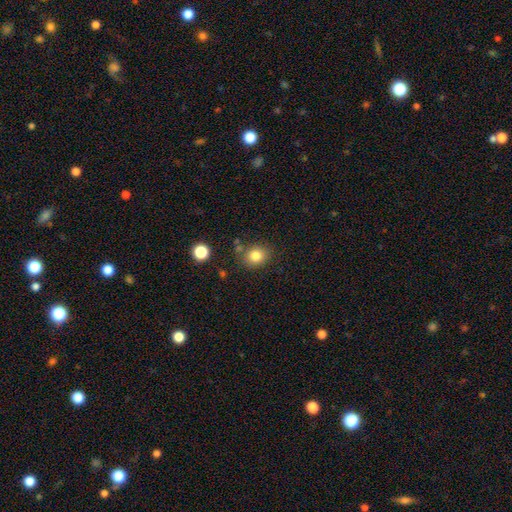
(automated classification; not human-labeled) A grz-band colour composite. It shows a smooth galaxy with no disk features (82%) that is round (72%). Merging: none (78%).